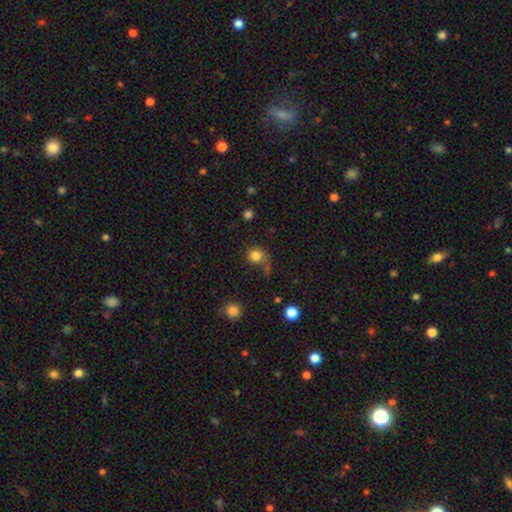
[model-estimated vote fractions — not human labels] Smooth or featured?
  - smooth: 82% *
  - star or artifact: 11%
  - featured or disk: 7%
How rounded?
  - round: 86% *
  - in between: 13%
  - cigar-shaped: 1%
Merging?
  - none: 60% *
  - minor disturbance: 17%
  - merger: 14%
  - major disturbance: 9%